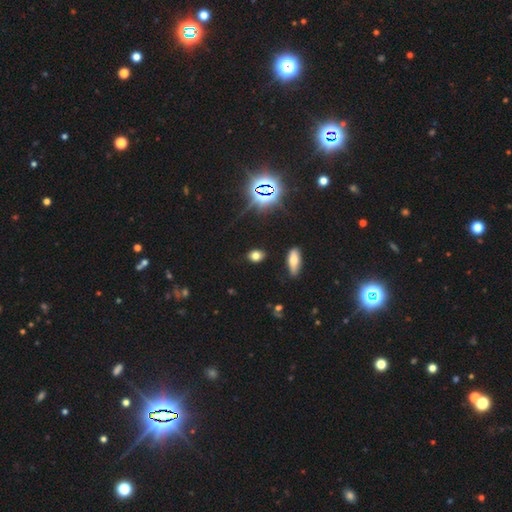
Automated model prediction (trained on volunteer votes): Smooth or featured? smooth (68%)
How rounded? in between (63%)
Merging? none (84%)